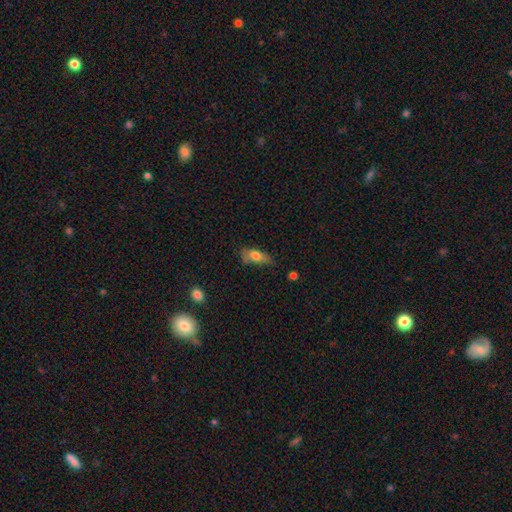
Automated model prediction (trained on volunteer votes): Smooth or featured? smooth (72%)
How rounded? in between (76%)
Merging? none (53%)